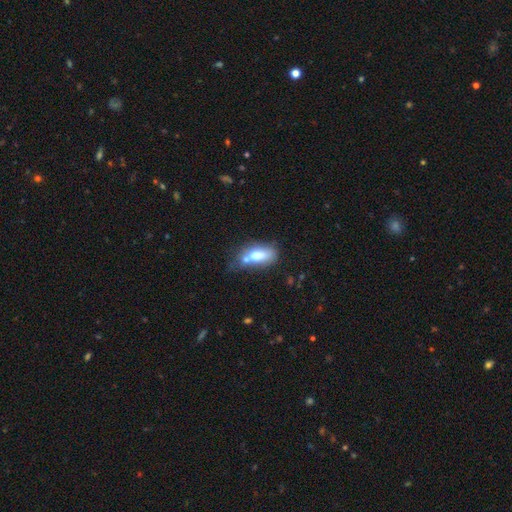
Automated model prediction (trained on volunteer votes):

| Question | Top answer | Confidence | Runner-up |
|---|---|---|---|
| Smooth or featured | smooth | 67% | featured or disk (25%) |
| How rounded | in between | 80% | cigar-shaped (13%) |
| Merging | none | 36% | merger (34%) |